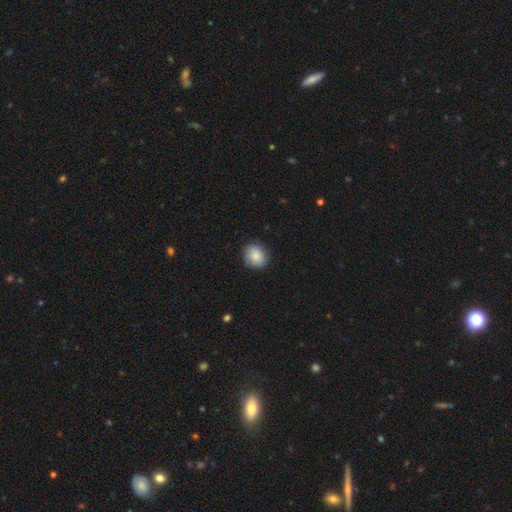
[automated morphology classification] Smooth or featured: smooth — 83% (featured or disk — 10%)
How rounded: round — 78% (in between — 21%)
Merging: none — 82% (minor disturbance — 14%)